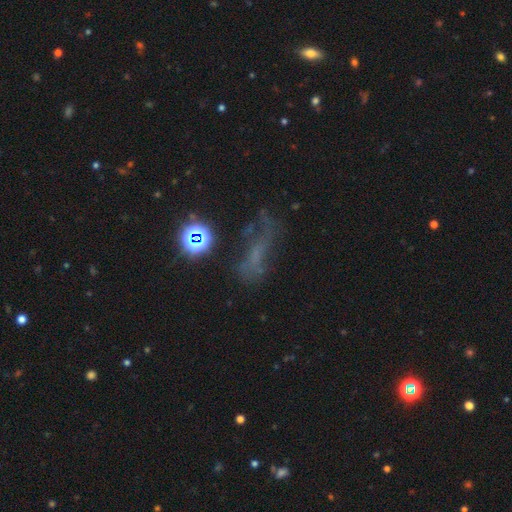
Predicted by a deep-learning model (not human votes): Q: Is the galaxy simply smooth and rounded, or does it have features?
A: star or artifact — 36%.